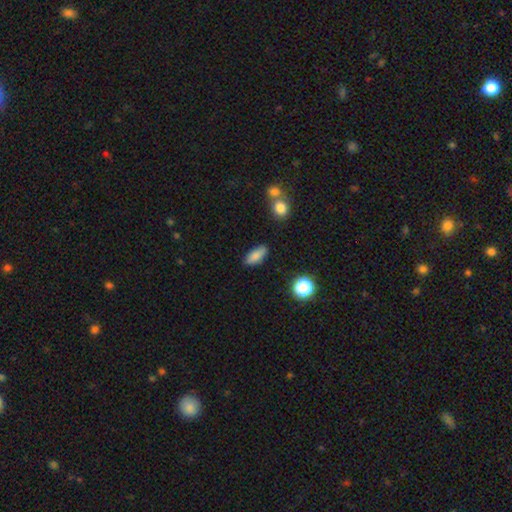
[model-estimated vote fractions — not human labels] smooth-or-featured: smooth: 82% | star or artifact: 9% | featured or disk: 9%
  how-rounded: in between: 81% | cigar-shaped: 15% | round: 4%
  merging: none: 83% | minor disturbance: 12% | major disturbance: 3% | merger: 2%